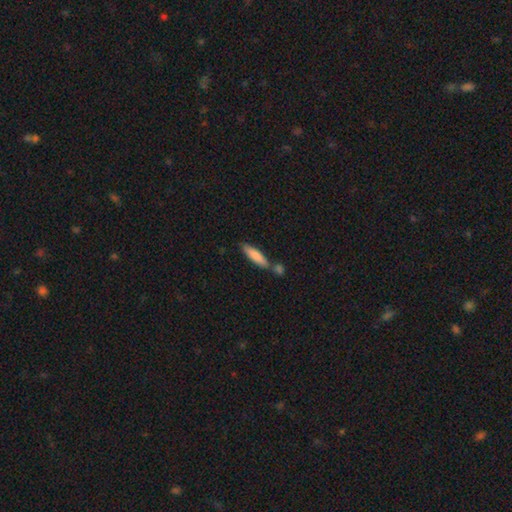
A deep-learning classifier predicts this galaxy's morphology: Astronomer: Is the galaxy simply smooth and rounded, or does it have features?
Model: smooth — 79%.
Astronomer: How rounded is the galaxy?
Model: cigar-shaped — 73%.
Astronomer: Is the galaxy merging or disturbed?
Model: none — 63%.